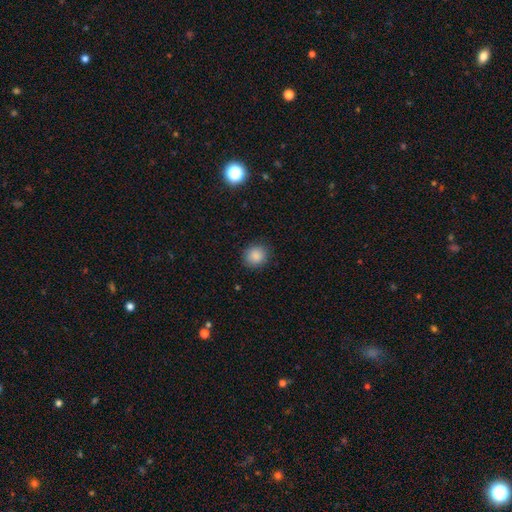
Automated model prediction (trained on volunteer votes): smooth-or-featured: smooth: 87% | star or artifact: 9% | featured or disk: 3%
  how-rounded: round: 80% | in between: 19% | cigar-shaped: 1%
  merging: none: 88% | minor disturbance: 8% | major disturbance: 2% | merger: 1%